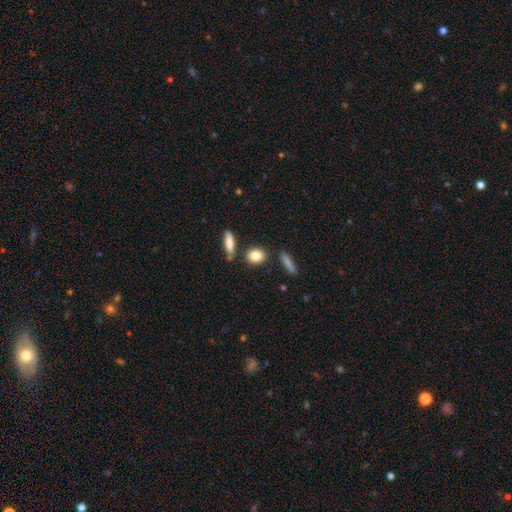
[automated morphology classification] smooth-or-featured: smooth: 83% | featured or disk: 9% | star or artifact: 8%
  how-rounded: in between: 57% | round: 33% | cigar-shaped: 9%
  merging: none: 81% | minor disturbance: 9% | merger: 7% | major disturbance: 3%